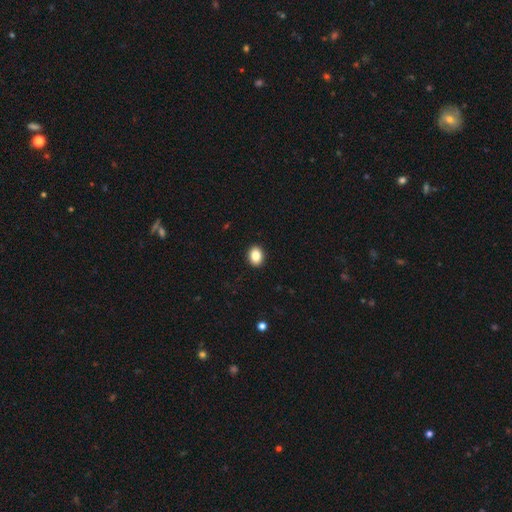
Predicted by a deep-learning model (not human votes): Smooth or featured?
  - smooth: 86% *
  - star or artifact: 9%
  - featured or disk: 5%
How rounded?
  - in between: 60% *
  - round: 39%
  - cigar-shaped: 1%
Merging?
  - none: 92% *
  - minor disturbance: 5%
  - major disturbance: 2%
  - merger: 1%